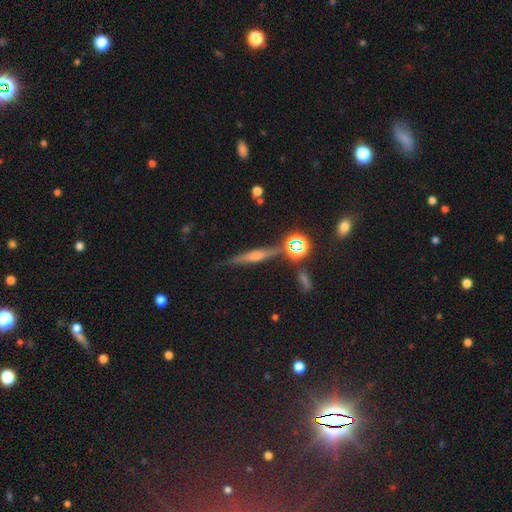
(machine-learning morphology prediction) This appears to be a featured or disk galaxy (62%) viewed edge-on (96%) with a rounded central bulge (71%). Merging: none (83%).